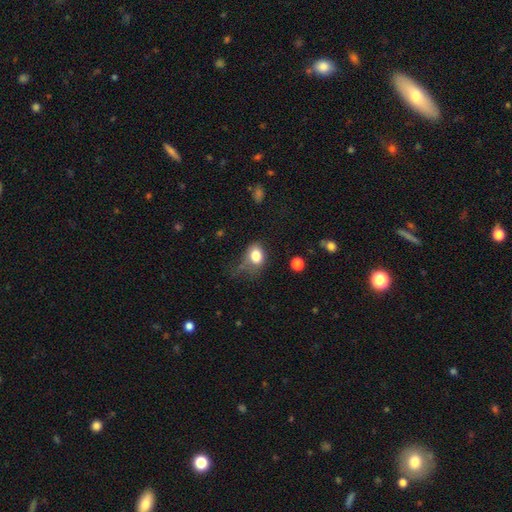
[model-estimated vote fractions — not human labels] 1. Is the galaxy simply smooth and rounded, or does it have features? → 81% smooth, 10% star or artifact, 9% featured or disk.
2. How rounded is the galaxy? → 63% in between, 36% round, 1% cigar-shaped.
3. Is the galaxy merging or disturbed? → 40% none, 31% minor disturbance, 25% major disturbance, 4% merger.